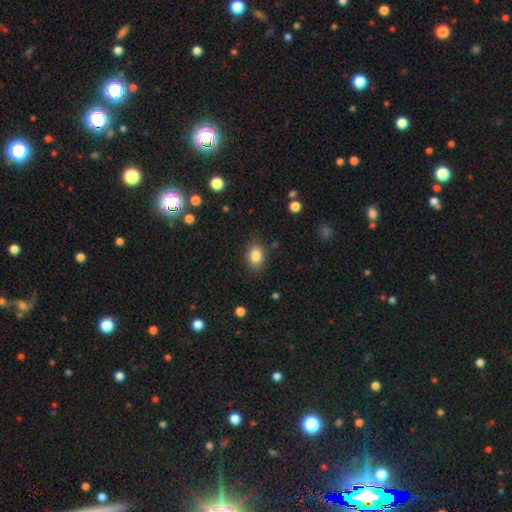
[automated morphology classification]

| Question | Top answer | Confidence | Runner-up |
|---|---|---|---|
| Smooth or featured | smooth | 85% | star or artifact (9%) |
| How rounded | in between | 77% | round (22%) |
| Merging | none | 82% | minor disturbance (13%) |